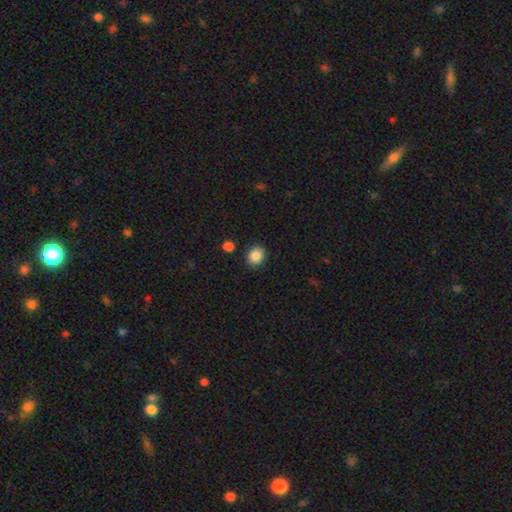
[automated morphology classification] The model was most divided on "how rounded": round: 70%, in between: 29%, cigar-shaped: 1%. More confident: merging — none (88%); smooth or featured — smooth (87%).